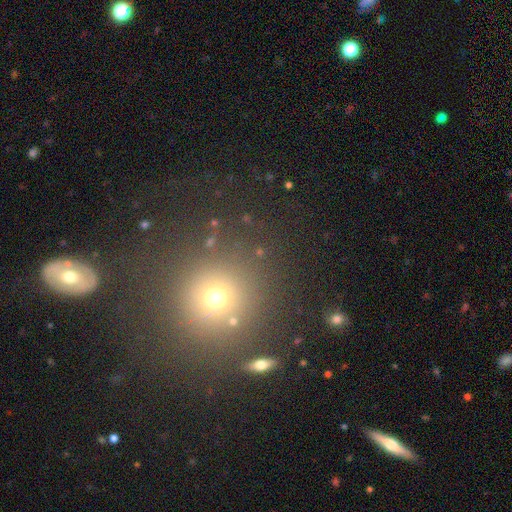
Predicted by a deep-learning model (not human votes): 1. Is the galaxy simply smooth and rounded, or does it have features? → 59% smooth, 31% star or artifact, 11% featured or disk.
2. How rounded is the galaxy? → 92% round, 7% in between, 1% cigar-shaped.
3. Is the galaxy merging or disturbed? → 79% none, 9% minor disturbance, 6% merger, 6% major disturbance.